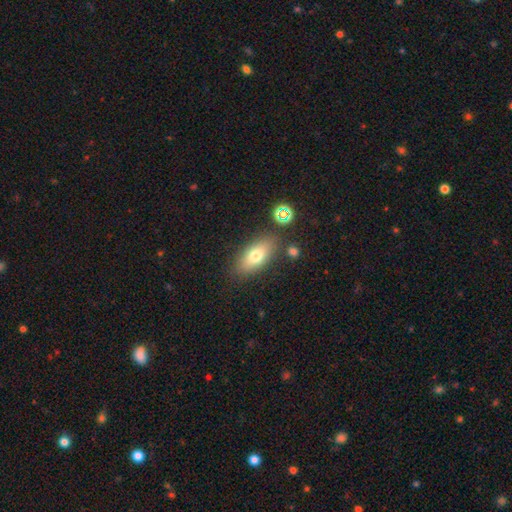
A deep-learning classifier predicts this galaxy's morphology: smooth_or_featured: smooth (p=0.73) [alt: featured or disk p=0.17]
how_rounded: in between (p=0.83) [alt: cigar-shaped p=0.11]
merging: none (p=0.80) [alt: minor disturbance p=0.12]